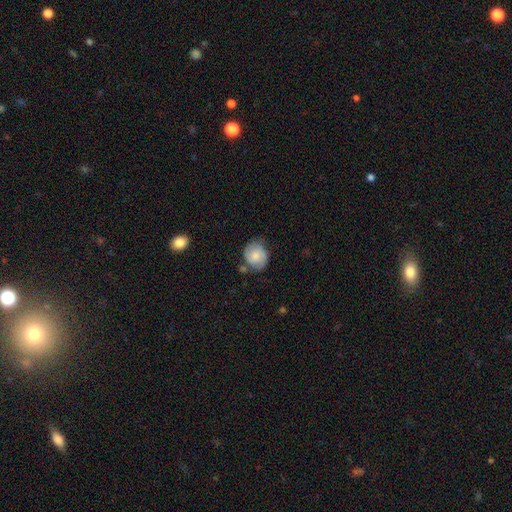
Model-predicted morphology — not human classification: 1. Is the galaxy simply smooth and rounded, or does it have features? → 58% smooth, 34% featured or disk, 8% star or artifact.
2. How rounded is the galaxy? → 71% round, 28% in between, 1% cigar-shaped.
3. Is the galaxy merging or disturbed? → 63% none, 25% minor disturbance, 7% major disturbance, 6% merger.